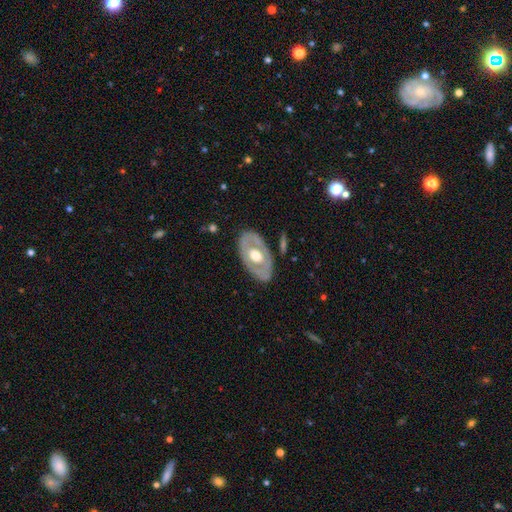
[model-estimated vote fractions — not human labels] Smooth or featured?
  - featured or disk: 60% *
  - smooth: 36%
  - star or artifact: 4%
Edge-on disk?
  - no: 87% *
  - yes: 13%
Bar?
  - no: 86% *
  - weak: 10%
  - strong: 3%
Spiral arms?
  - no: 86% *
  - yes: 14%
Bulge size?
  - moderate: 60% *
  - large: 34%
  - small: 4%
  - dominant: 2%
  - none: 1%
Merging?
  - none: 79% *
  - minor disturbance: 14%
  - major disturbance: 5%
  - merger: 2%